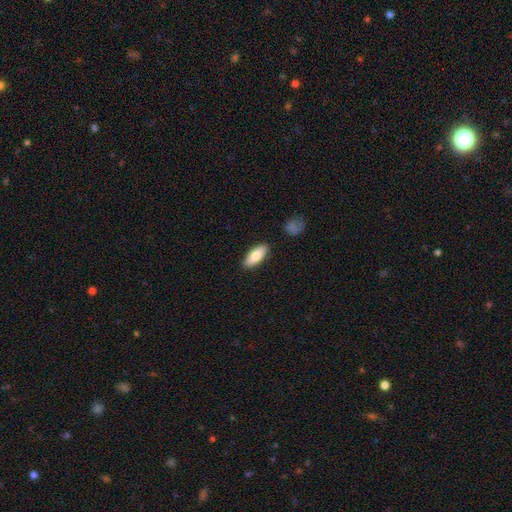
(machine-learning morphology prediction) This appears to be a smooth galaxy with no disk features (79%) that is in between round and cigar-shaped (80%). Merging: none (87%).